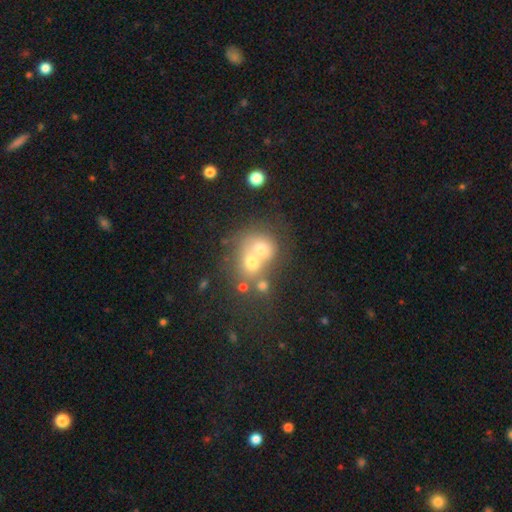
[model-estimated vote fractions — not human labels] A smooth galaxy with no disk features (59%) that is round (70%).

Vote fractions:
- Smooth or featured? smooth: 59% / featured or disk: 27% / star or artifact: 14%
- How rounded? round: 70% / in between: 29% / cigar-shaped: 1%
- Merging? merger: 66% / none: 23% / minor disturbance: 6% / major disturbance: 4%